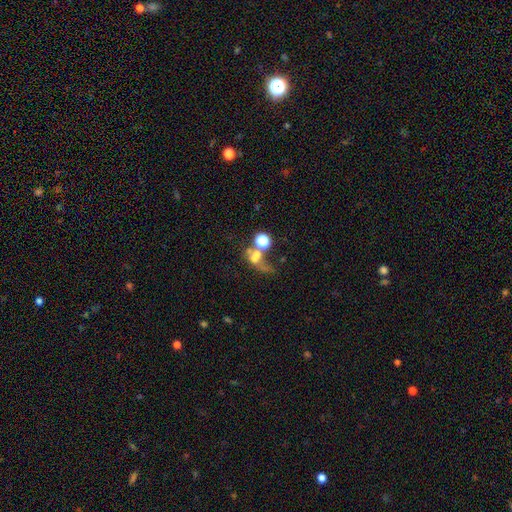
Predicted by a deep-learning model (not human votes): This is possibly a smooth galaxy (46%). Merging: possibly merger (47%).